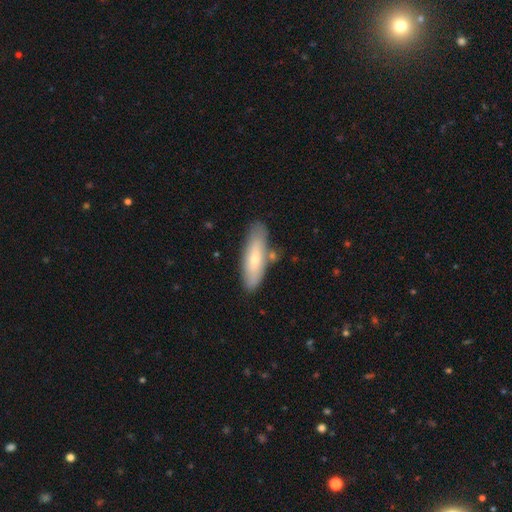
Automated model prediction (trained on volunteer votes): A smooth galaxy with no disk features (64%) that is cigar-shaped (62%).

Vote fractions:
- Smooth or featured? smooth: 64% / featured or disk: 29% / star or artifact: 7%
- How rounded? cigar-shaped: 62% / in between: 36% / round: 2%
- Merging? none: 80% / minor disturbance: 13% / merger: 4% / major disturbance: 3%